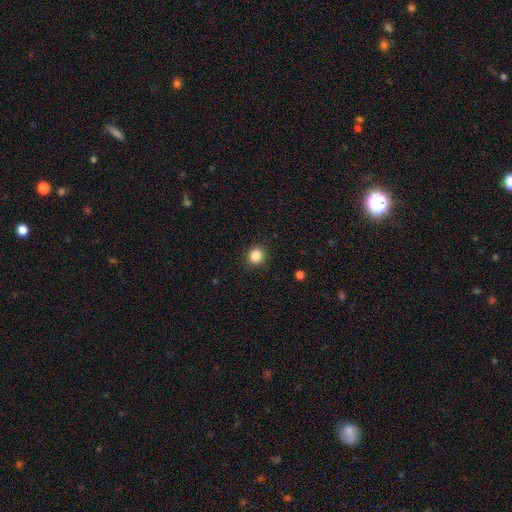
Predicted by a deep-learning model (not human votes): This appears to be a smooth galaxy with no disk features (86%) that is round (85%). Merging: none (90%).